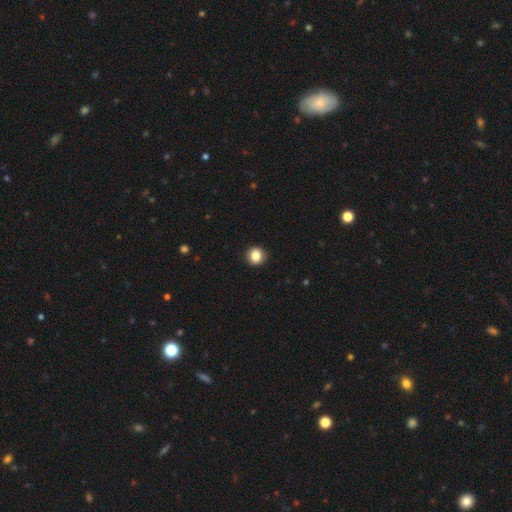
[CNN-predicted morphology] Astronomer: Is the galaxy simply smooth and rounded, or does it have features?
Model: smooth — 85%.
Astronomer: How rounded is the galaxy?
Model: round — 88%.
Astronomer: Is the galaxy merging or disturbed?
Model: none — 92%.